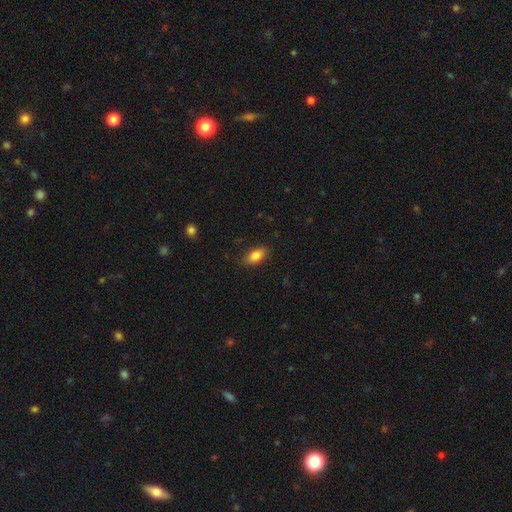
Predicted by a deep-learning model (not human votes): This appears to be a smooth galaxy with no disk features (84%) that is in between round and cigar-shaped (88%). Merging: none (85%).